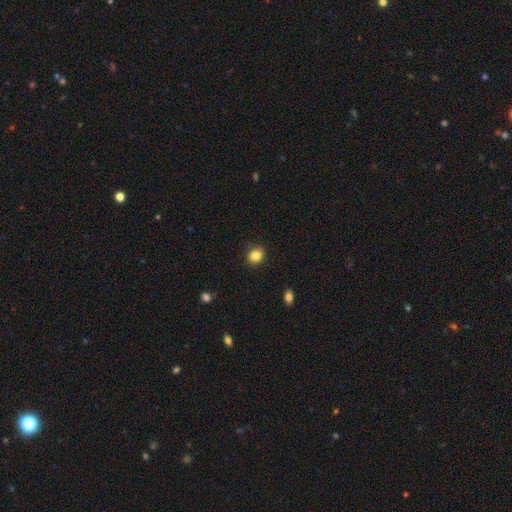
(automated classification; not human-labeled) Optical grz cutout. It shows a smooth galaxy with no disk features (84%) that is round (71%). Merging: none (89%).